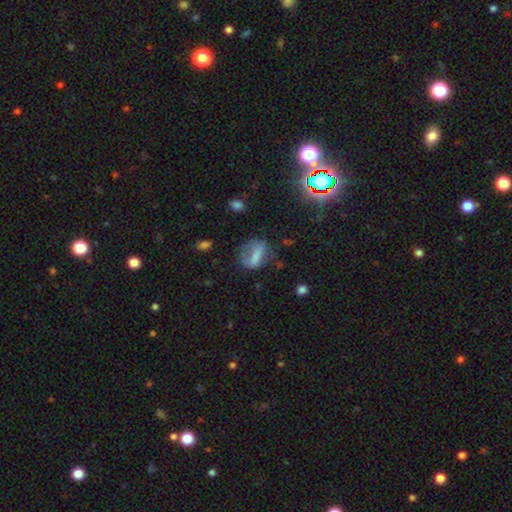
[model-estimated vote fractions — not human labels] Smooth or featured? Predicted: smooth (p=0.59). How rounded? Predicted: in between (p=0.65). Merging? Predicted: none (p=0.42).